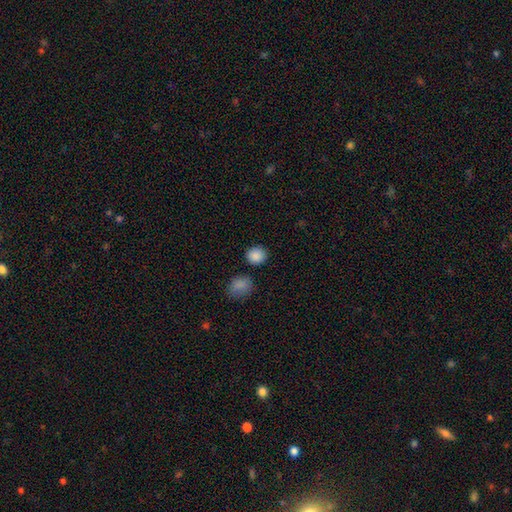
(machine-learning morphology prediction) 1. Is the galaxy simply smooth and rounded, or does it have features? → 88% smooth, 9% star or artifact, 3% featured or disk.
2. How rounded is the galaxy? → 80% round, 19% in between, 1% cigar-shaped.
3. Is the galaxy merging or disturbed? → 85% none, 8% minor disturbance, 5% merger, 2% major disturbance.